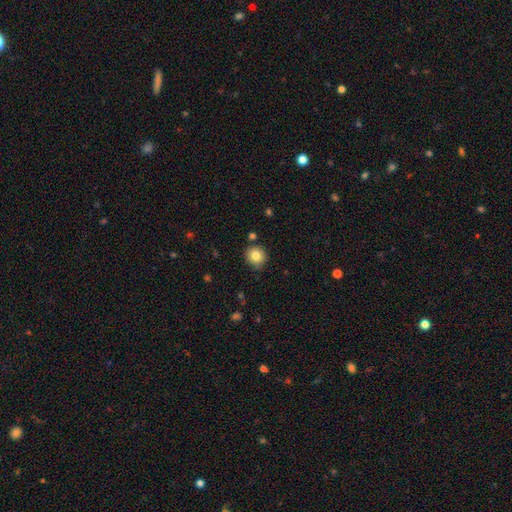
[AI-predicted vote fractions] Smooth or featured: smooth — 82% (star or artifact — 10%)
How rounded: round — 88% (in between — 11%)
Merging: none — 83% (minor disturbance — 11%)